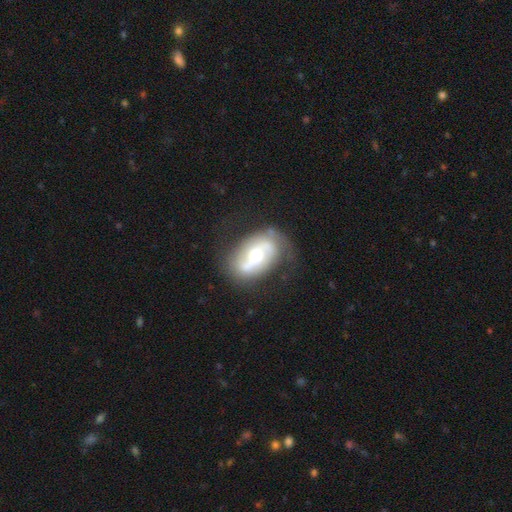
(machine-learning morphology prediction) Smooth or featured? Predicted: featured or disk (p=0.70). Edge-on disk? Predicted: no (p=0.94). Bar? Predicted: no (p=0.40). Spiral arms? Predicted: yes (p=0.71). Bulge size? Predicted: moderate (p=0.72). Merging? Predicted: none (p=0.67).